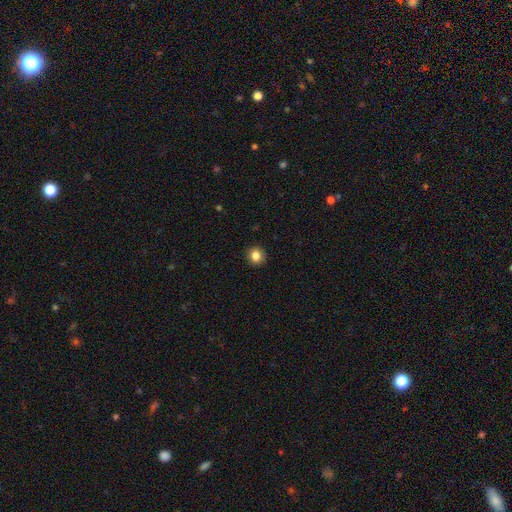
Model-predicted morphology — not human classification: Smooth or featured?
  - smooth: 84% *
  - star or artifact: 11%
  - featured or disk: 5%
How rounded?
  - round: 89% *
  - in between: 11%
  - cigar-shaped: 1%
Merging?
  - none: 92% *
  - minor disturbance: 6%
  - major disturbance: 2%
  - merger: 1%